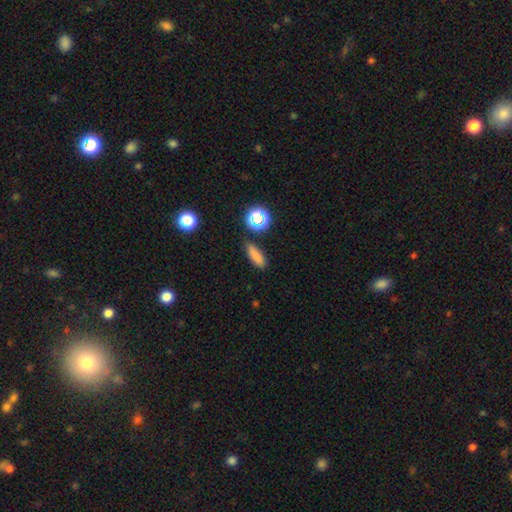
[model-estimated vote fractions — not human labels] Smooth or featured?
  - smooth: 78% *
  - star or artifact: 15%
  - featured or disk: 7%
How rounded?
  - cigar-shaped: 48% *
  - in between: 46%
  - round: 7%
Merging?
  - none: 83% *
  - minor disturbance: 11%
  - merger: 4%
  - major disturbance: 3%